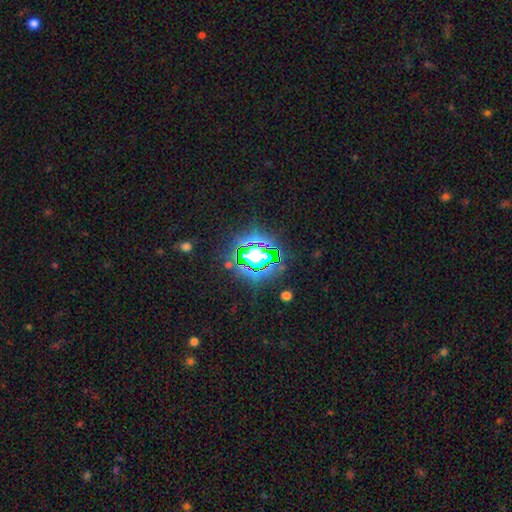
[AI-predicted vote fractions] Morphology: type=star or artifact (72%).